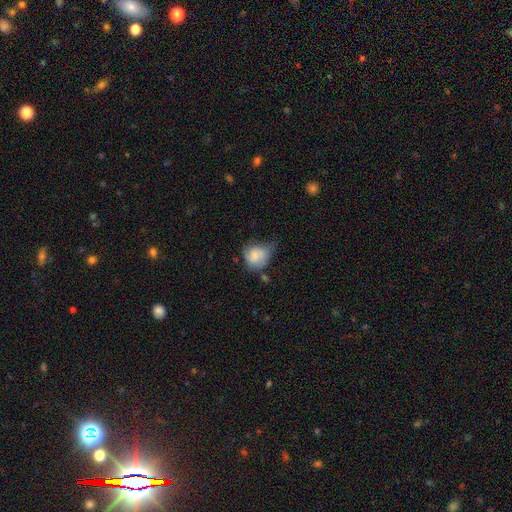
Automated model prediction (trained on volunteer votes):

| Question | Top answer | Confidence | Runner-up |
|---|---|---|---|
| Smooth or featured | smooth | 71% | featured or disk (21%) |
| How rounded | round | 60% | in between (39%) |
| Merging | minor disturbance | 43% | none (31%) |